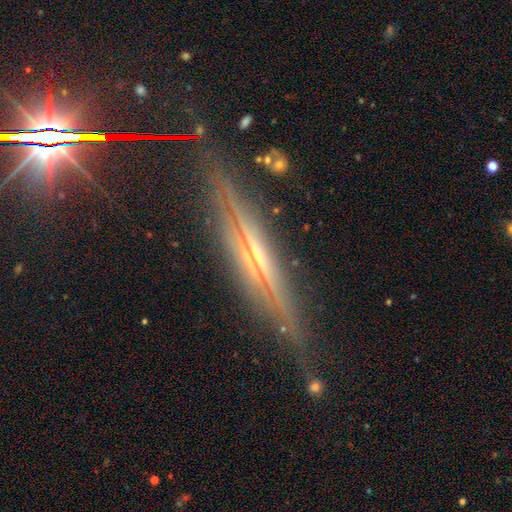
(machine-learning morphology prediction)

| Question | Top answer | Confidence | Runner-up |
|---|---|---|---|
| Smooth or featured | featured or disk | 78% | star or artifact (12%) |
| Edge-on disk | yes | 95% | no (5%) |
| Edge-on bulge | rounded | 50% | none (35%) |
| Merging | none | 82% | minor disturbance (12%) |